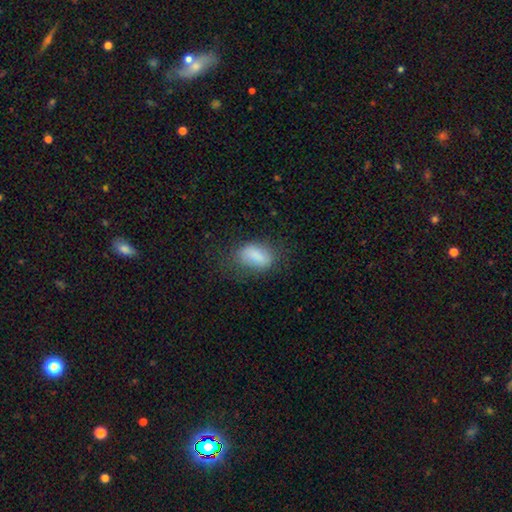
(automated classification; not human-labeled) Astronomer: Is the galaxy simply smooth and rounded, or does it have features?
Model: smooth — 81%.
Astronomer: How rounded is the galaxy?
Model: in between — 88%.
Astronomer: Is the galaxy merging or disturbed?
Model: none — 59%.